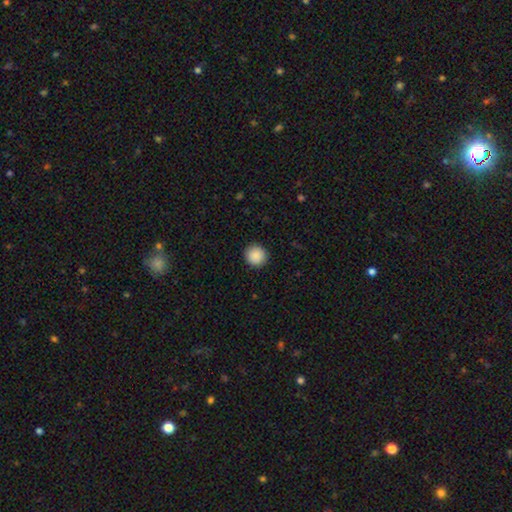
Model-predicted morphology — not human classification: Smooth or featured? Predicted: smooth (p=0.90). How rounded? Predicted: round (p=0.95). Merging? Predicted: none (p=0.92).